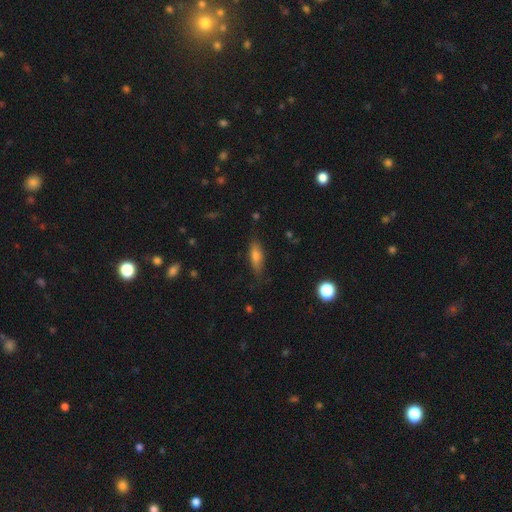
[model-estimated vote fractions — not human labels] A smooth galaxy with no disk features (66%) that is cigar-shaped (50%).

Vote fractions:
- Smooth or featured? smooth: 66% / featured or disk: 25% / star or artifact: 9%
- How rounded? cigar-shaped: 50% / in between: 47% / round: 3%
- Merging? none: 78% / minor disturbance: 17% / major disturbance: 4% / merger: 1%